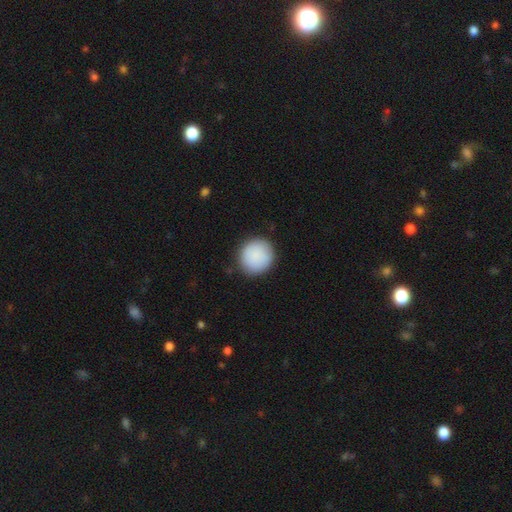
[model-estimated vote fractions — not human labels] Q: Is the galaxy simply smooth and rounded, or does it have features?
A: smooth — 88%.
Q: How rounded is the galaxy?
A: round — 92%.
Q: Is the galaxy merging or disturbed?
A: none — 87%.